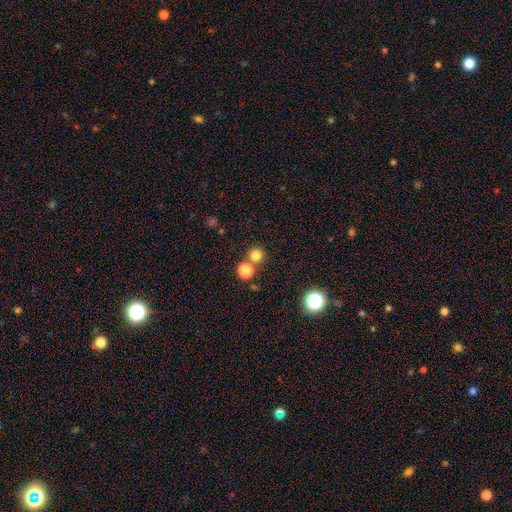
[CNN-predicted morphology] Overall: smooth (78%). How rounded: round (93%). Merging: none (70%).